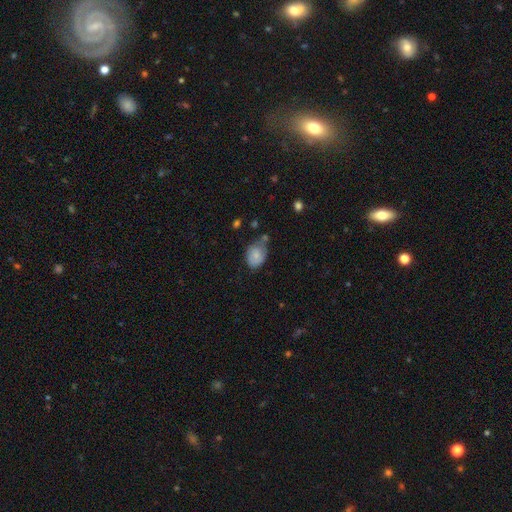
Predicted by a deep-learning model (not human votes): This is likely a smooth galaxy (72%). How rounded: likely in between (66%). Merging: marginally none (44%).